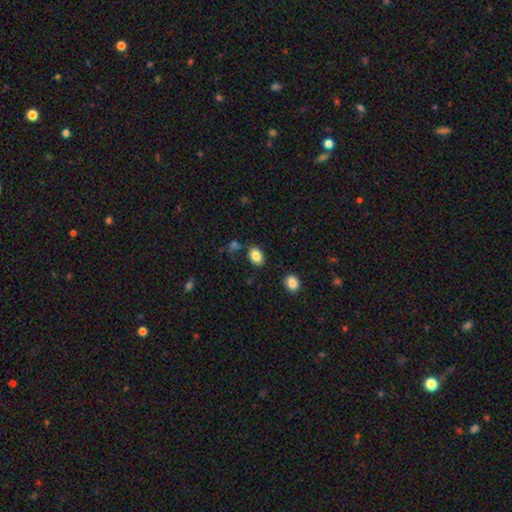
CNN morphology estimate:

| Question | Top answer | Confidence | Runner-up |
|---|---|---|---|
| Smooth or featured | smooth | 86% | star or artifact (9%) |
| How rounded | in between | 79% | round (20%) |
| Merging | none | 80% | minor disturbance (12%) |